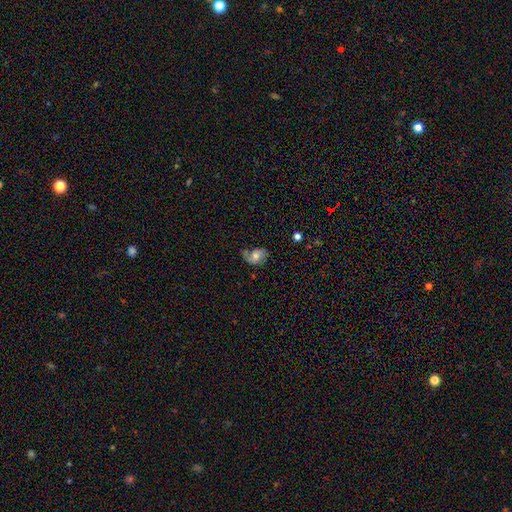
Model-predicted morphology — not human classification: Smooth or featured? Predicted: featured or disk (p=0.56). Edge-on disk? Predicted: no (p=0.96). Bar? Predicted: no (p=0.69). Spiral arms? Predicted: yes (p=0.85). Bulge size? Predicted: moderate (p=0.63). Merging? Predicted: none (p=0.47).